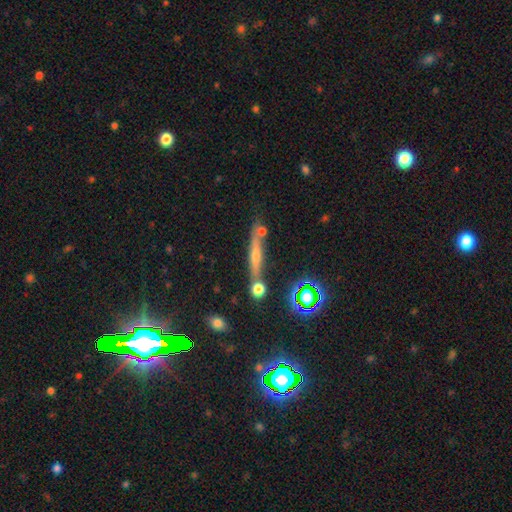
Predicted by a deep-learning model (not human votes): Smooth or featured: featured or disk — 51% (star or artifact — 26%)
Edge-on disk: yes — 87% (no — 13%)
Merging: none — 71% (minor disturbance — 13%)